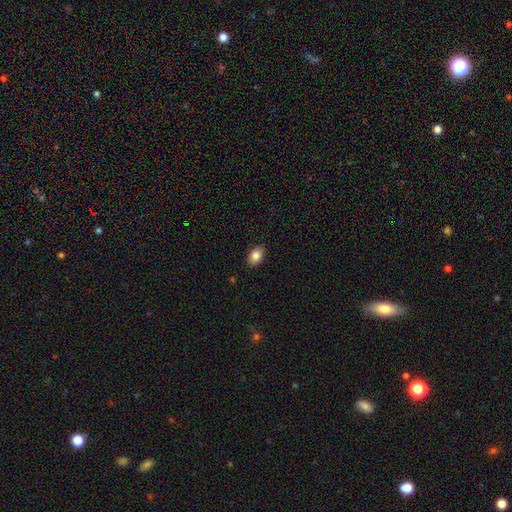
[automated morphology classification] Smooth or featured?
  - smooth: 85% *
  - star or artifact: 8%
  - featured or disk: 7%
How rounded?
  - in between: 84% *
  - round: 15%
  - cigar-shaped: 1%
Merging?
  - none: 87% *
  - minor disturbance: 10%
  - major disturbance: 2%
  - merger: 1%